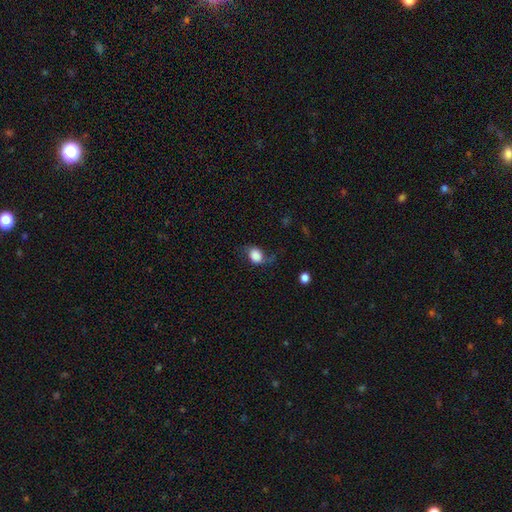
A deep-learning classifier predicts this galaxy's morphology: smooth 71%, featured or disk 20%, star or artifact 9%. Down the decision tree: how rounded — in between (52%); merging — none (50%).